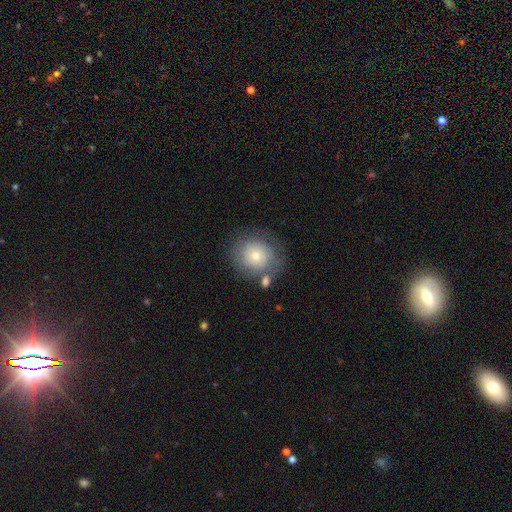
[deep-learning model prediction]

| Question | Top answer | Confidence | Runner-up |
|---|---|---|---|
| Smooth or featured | smooth | 65% | featured or disk (25%) |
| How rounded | round | 82% | in between (17%) |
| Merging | none | 71% | minor disturbance (16%) |